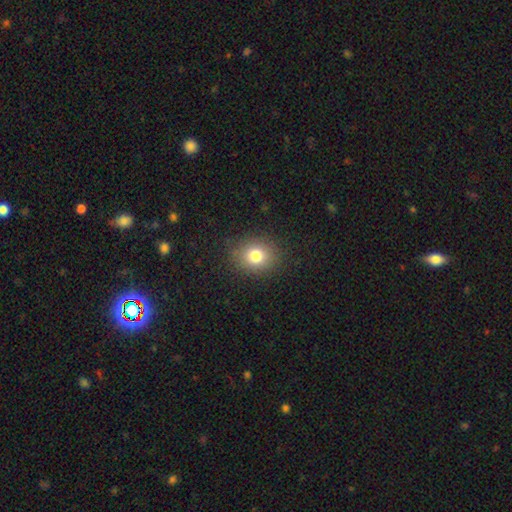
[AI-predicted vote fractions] A smooth galaxy with no disk features (79%) that is round (66%). Merging: none (87%).